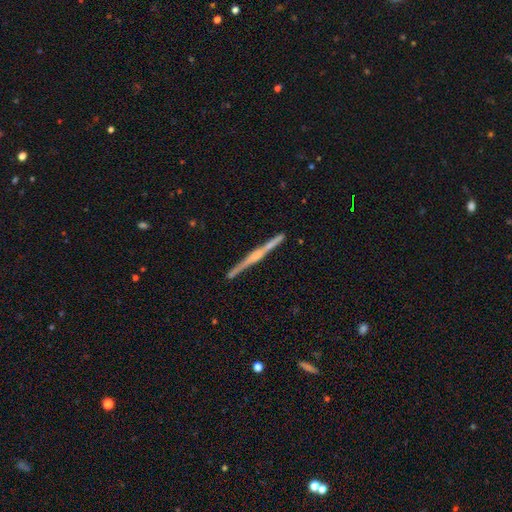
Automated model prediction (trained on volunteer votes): Smooth or featured: featured or disk — 78% (smooth — 17%)
Edge-on disk: yes — 98% (no — 2%)
Edge-on bulge: rounded — 53% (boxy — 25%)
Merging: none — 89% (minor disturbance — 7%)